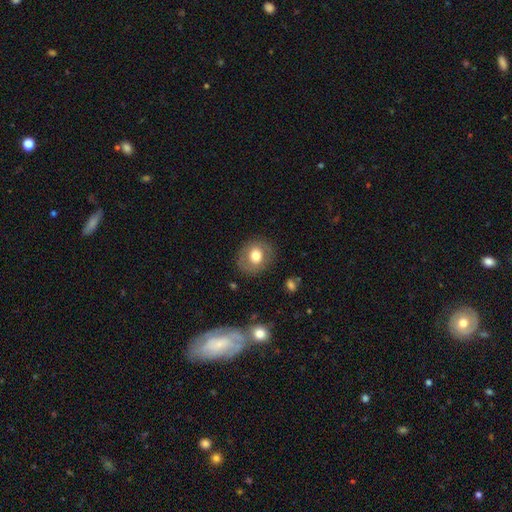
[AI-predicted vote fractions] smooth 68%, featured or disk 24%, star or artifact 8%. Down the decision tree: how rounded — round (69%); merging — none (83%).